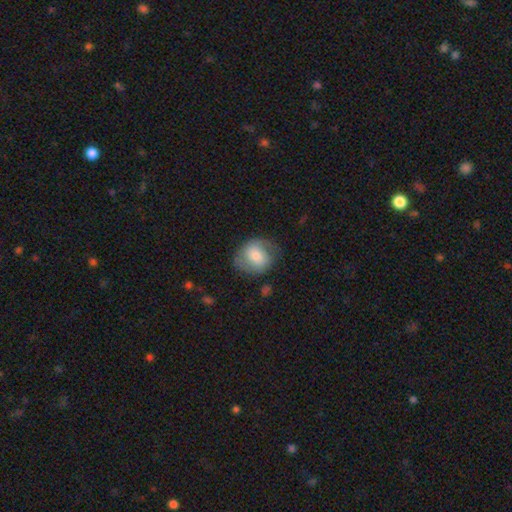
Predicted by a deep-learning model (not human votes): This is possibly a smooth galaxy (55%). How rounded: likely round (63%). Merging: likely none (63%).